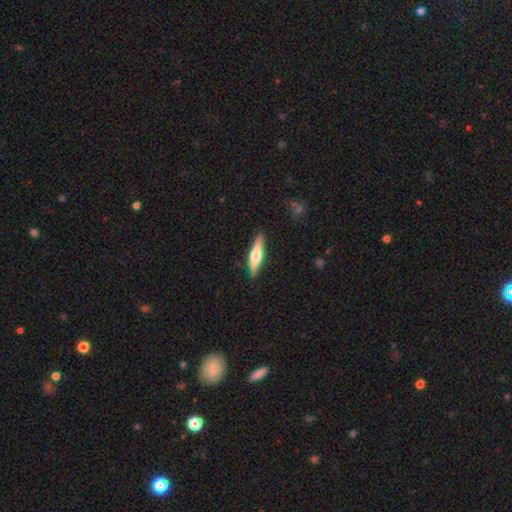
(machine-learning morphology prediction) type=featured or disk (48%); merging=none (86%).